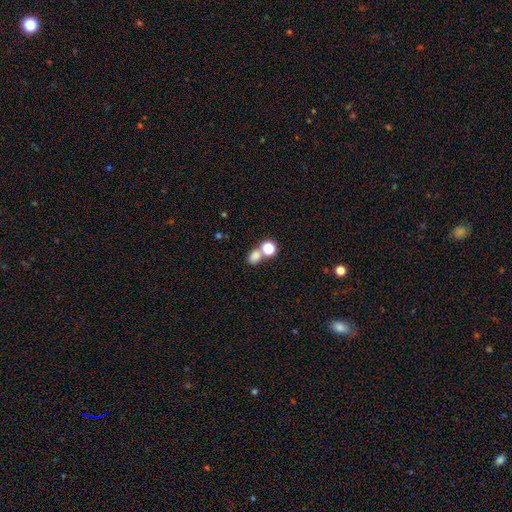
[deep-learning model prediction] Smooth or featured? Predicted: smooth (p=0.76). How rounded? Predicted: round (p=0.51). Merging? Predicted: none (p=0.47).